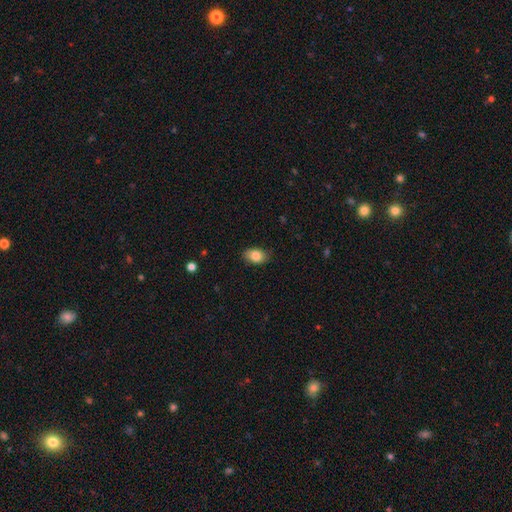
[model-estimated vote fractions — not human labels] Overall: smooth (85%). How rounded: in between (83%). Merging: none (82%).